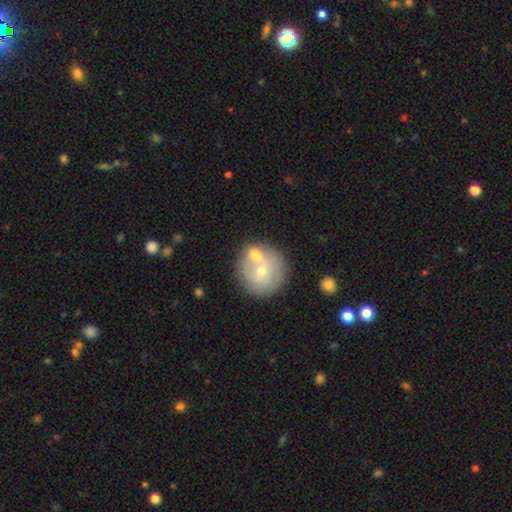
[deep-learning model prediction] The model was most divided on "merging": merger: 53%, none: 34%, minor disturbance: 9%, major disturbance: 4%. More confident: how rounded — round (86%); smooth or featured — smooth (63%).